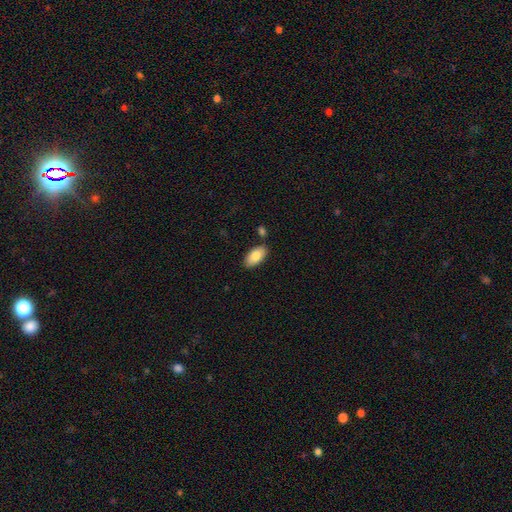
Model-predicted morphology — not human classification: This is clearly a smooth galaxy (83%). How rounded: clearly in between (95%). Merging: clearly none (82%).